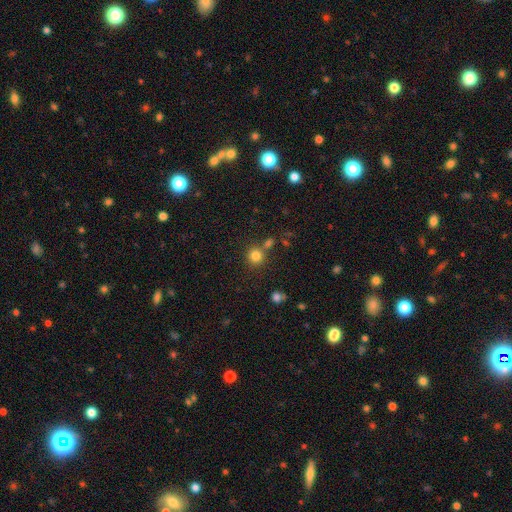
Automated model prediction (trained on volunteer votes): The model was most divided on "merging": none: 72%, merger: 16%, minor disturbance: 9%, major disturbance: 3%. More confident: how rounded — round (91%); smooth or featured — smooth (81%).